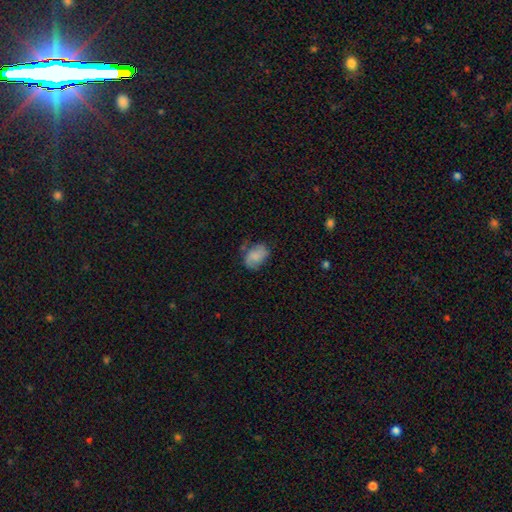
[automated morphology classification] Overall: smooth (67%). How rounded: in between (80%). Merging: none (55%; minor disturbance 29%).